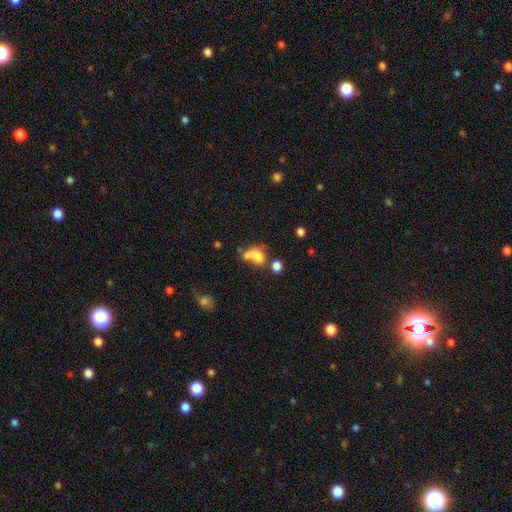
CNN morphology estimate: Smooth or featured? Predicted: smooth (p=0.68). How rounded? Predicted: in between (p=0.68). Merging? Predicted: merger (p=0.44).